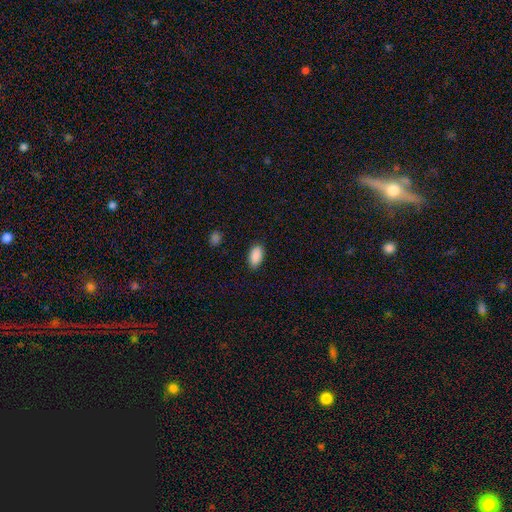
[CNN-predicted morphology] A smooth galaxy with no disk features (90%) that is in between round and cigar-shaped (94%).

Vote fractions:
- Smooth or featured? smooth: 90% / star or artifact: 7% / featured or disk: 3%
- How rounded? in between: 94% / round: 3% / cigar-shaped: 3%
- Merging? none: 88% / minor disturbance: 9% / major disturbance: 2% / merger: 1%